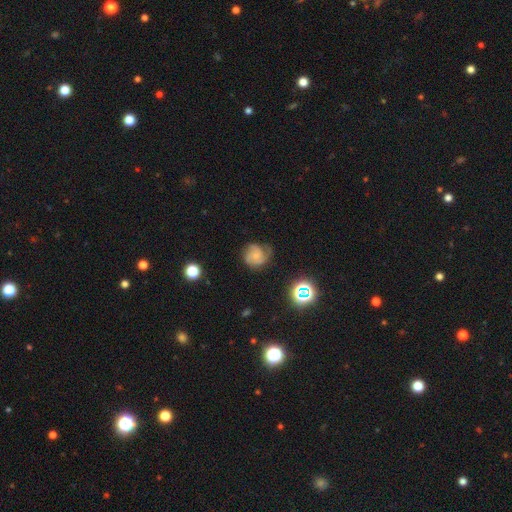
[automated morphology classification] A featured or disk galaxy (63%) with no bar (76%), 3 (41%) medium (43%) spiral arms (91%) and a small central bulge (62%). Merging: none (58%).